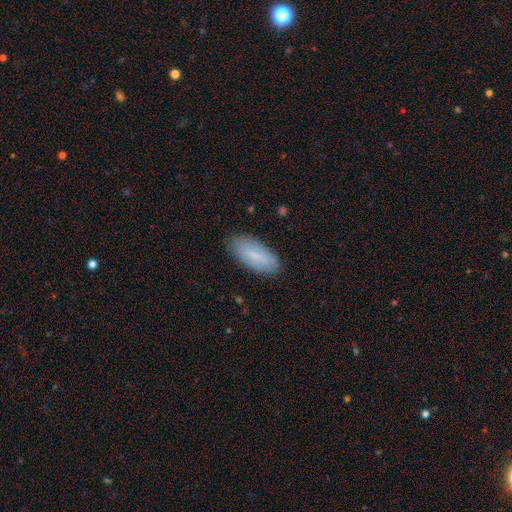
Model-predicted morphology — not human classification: smooth_or_featured: smooth (p=0.75) [alt: featured or disk p=0.19]
how_rounded: in between (p=0.83) [alt: cigar-shaped p=0.15]
merging: none (p=0.83) [alt: minor disturbance p=0.13]